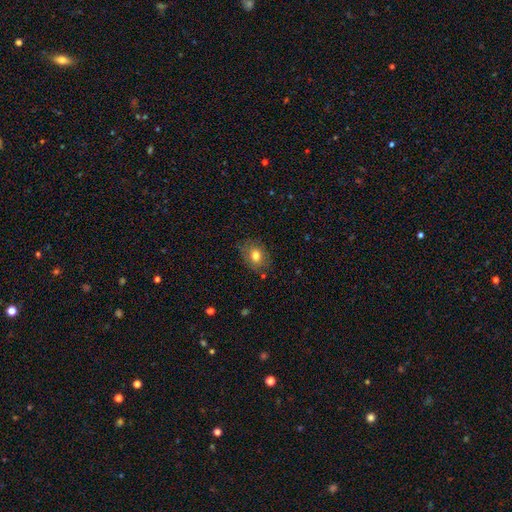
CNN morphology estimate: smooth_or_featured: smooth (p=0.76) [alt: featured or disk p=0.14]
how_rounded: in between (p=0.60) [alt: round p=0.39]
merging: none (p=0.79) [alt: minor disturbance p=0.16]